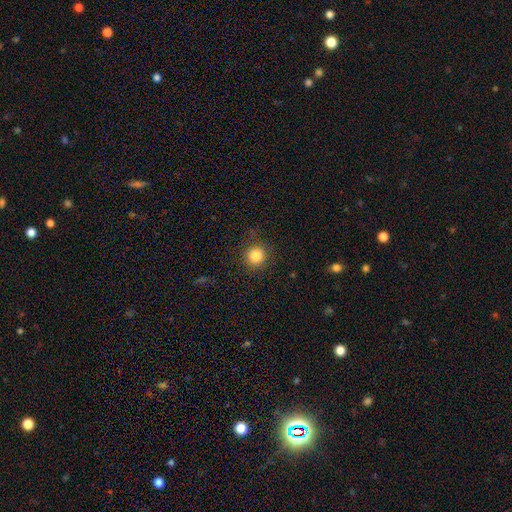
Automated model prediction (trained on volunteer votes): Smooth or featured?
  - smooth: 84% *
  - star or artifact: 11%
  - featured or disk: 5%
How rounded?
  - round: 94% *
  - in between: 5%
  - cigar-shaped: 1%
Merging?
  - none: 88% *
  - minor disturbance: 8%
  - major disturbance: 3%
  - merger: 1%